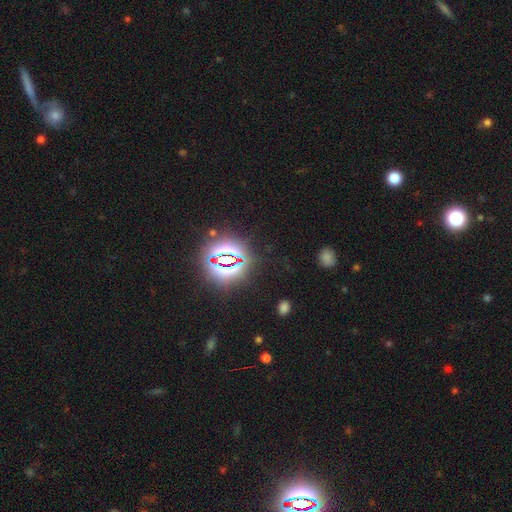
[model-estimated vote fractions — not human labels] smooth_or_featured: star or artifact (p=0.83) [alt: smooth p=0.11]